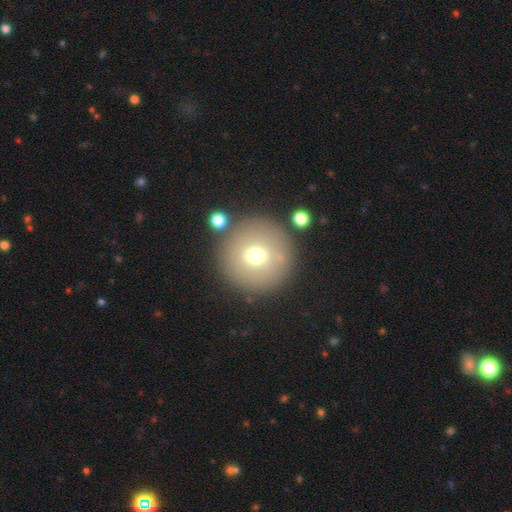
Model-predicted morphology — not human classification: This appears to be a smooth galaxy with no disk features (65%) that is round (95%). Merging: none (83%).